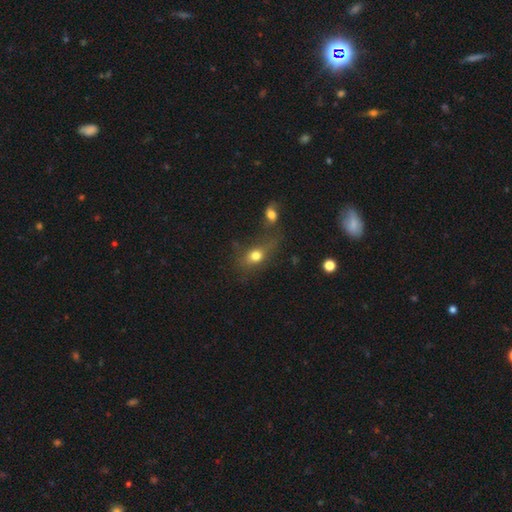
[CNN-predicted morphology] type=smooth (70%); roundness=in between (60%); merging=none (40%).